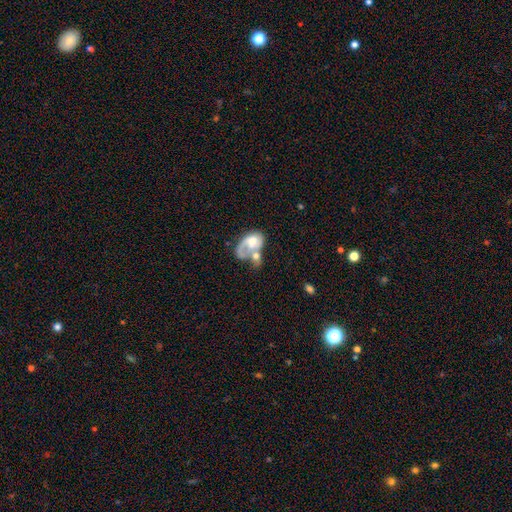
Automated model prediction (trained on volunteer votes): This appears to be a featured or disk galaxy (56%) with no bar (77%), spiral arms (60%) and a moderate central bulge (49%). Merging: merger (53%).